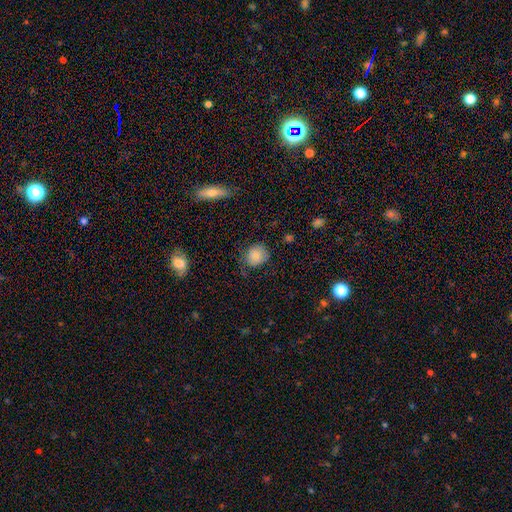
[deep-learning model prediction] This appears to be a smooth galaxy with no disk features (83%) that is round (78%). Merging: none (69%).